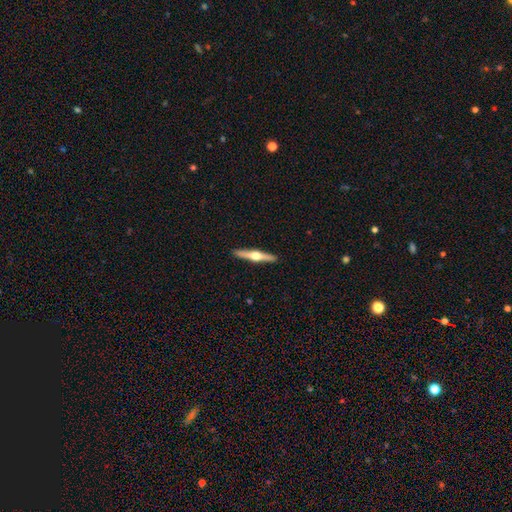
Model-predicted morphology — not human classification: Smooth or featured? Predicted: featured or disk (p=0.72). Edge-on disk? Predicted: yes (p=0.98). Edge-on bulge? Predicted: rounded (p=0.96). Merging? Predicted: none (p=0.92).